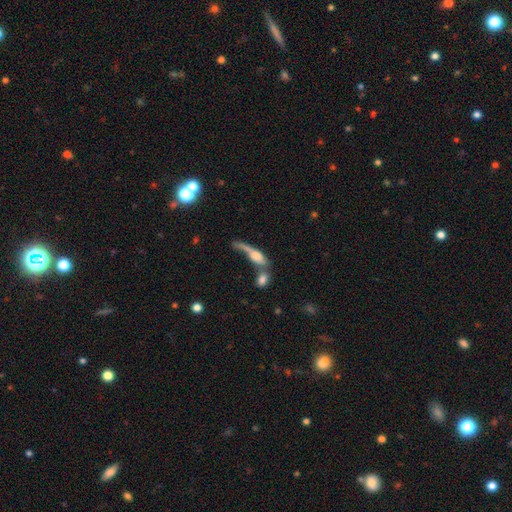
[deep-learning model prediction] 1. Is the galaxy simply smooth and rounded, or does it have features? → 54% smooth, 37% featured or disk, 10% star or artifact.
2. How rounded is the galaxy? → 47% cigar-shaped, 46% in between, 6% round.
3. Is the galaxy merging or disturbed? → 50% merger, 21% major disturbance, 18% none, 11% minor disturbance.